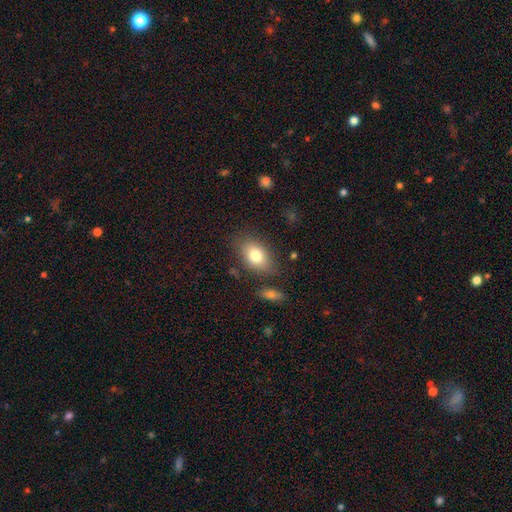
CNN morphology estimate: Smooth or featured: smooth — 80% (featured or disk — 12%)
How rounded: in between — 86% (round — 12%)
Merging: none — 78% (minor disturbance — 14%)